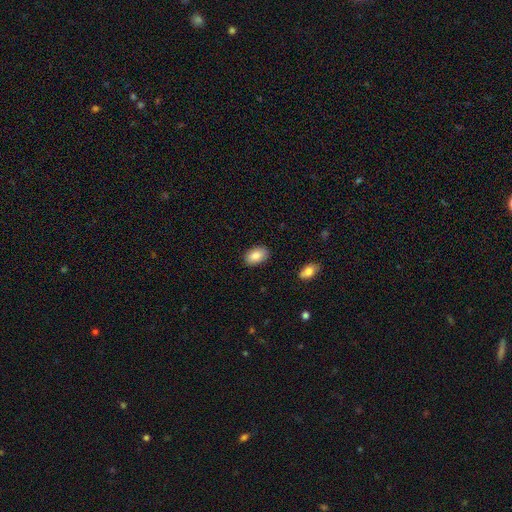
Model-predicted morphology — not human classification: Smooth or featured: smooth — 87% (star or artifact — 7%)
How rounded: in between — 92% (round — 7%)
Merging: none — 86% (minor disturbance — 10%)